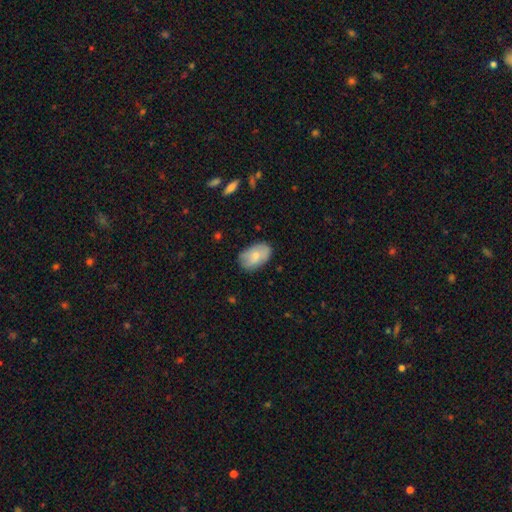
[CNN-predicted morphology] This appears to be a smooth galaxy with no disk features (71%) that is in between round and cigar-shaped (91%). Merging: none (76%).